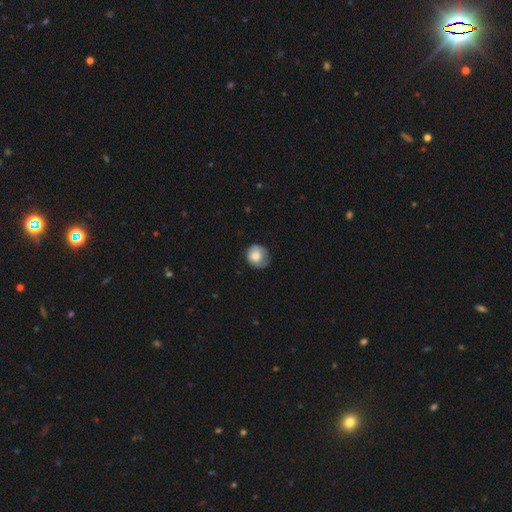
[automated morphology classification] smooth-or-featured: smooth: 73% | featured or disk: 19% | star or artifact: 8%
  how-rounded: round: 84% | in between: 15% | cigar-shaped: 1%
  merging: none: 64% | minor disturbance: 27% | major disturbance: 8% | merger: 1%